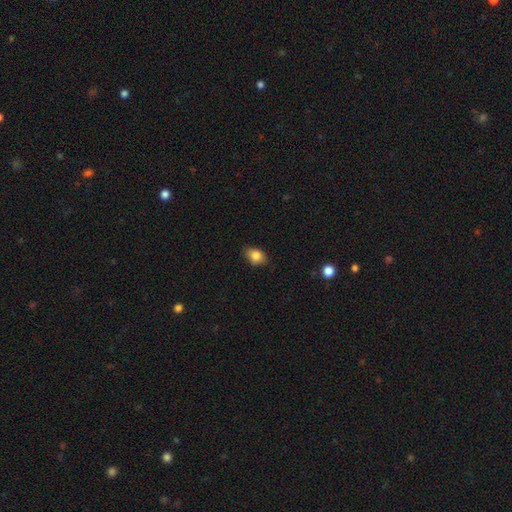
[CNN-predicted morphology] Smooth or featured? Predicted: smooth (p=0.82). How rounded? Predicted: in between (p=0.76). Merging? Predicted: none (p=0.77).